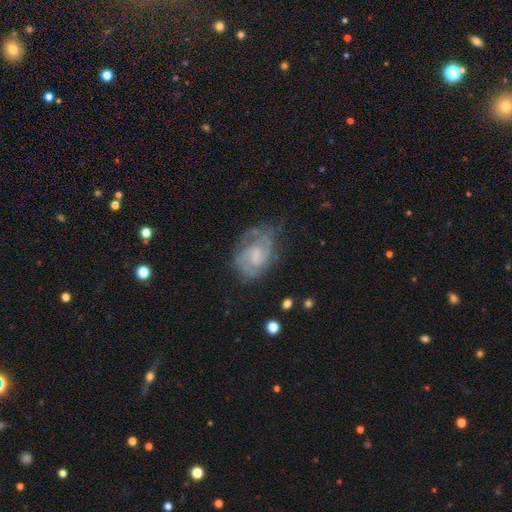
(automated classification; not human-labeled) smooth_or_featured: featured or disk (p=0.78) [alt: smooth p=0.15]
disk_edge_on: no (p=0.97) [alt: yes p=0.03]
bar: no (p=0.48) [alt: weak p=0.44]
has_spiral_arms: yes (p=0.93) [alt: no p=0.07]
spiral_winding: tight (p=0.44) [tied with: medium p=0.44]
spiral_arm_count: 2 (p=0.63) [alt: can't tell p=0.18]
bulge_size: none (p=0.35) [alt: small p=0.33]
merging: none (p=0.60) [alt: minor disturbance p=0.24]